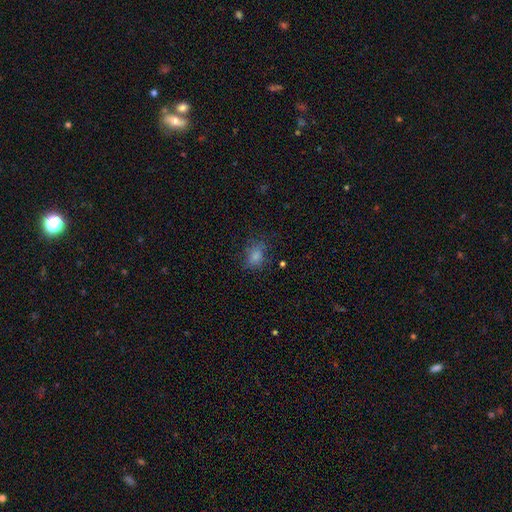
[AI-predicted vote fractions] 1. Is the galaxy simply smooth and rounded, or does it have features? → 76% smooth, 14% star or artifact, 10% featured or disk.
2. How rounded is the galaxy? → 59% in between, 39% round, 2% cigar-shaped.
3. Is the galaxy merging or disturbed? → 66% none, 21% minor disturbance, 11% major disturbance, 2% merger.